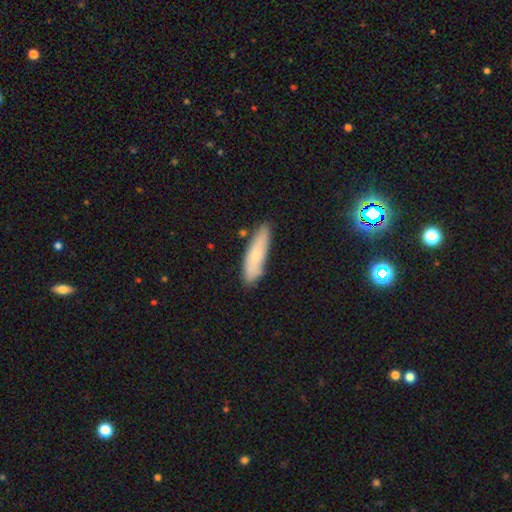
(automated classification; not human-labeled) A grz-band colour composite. It shows a smooth galaxy with no disk features (72%) that is cigar-shaped (64%). Merging: none (79%).